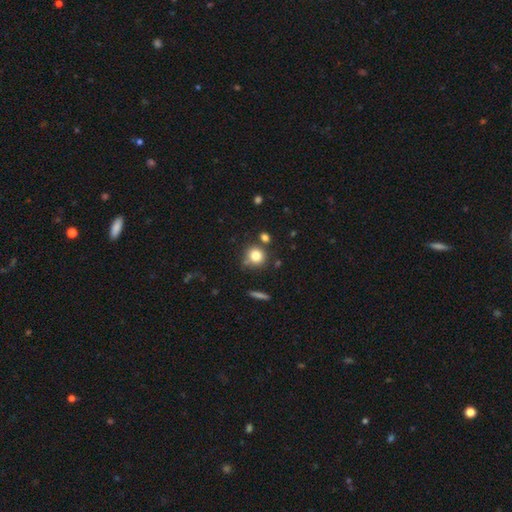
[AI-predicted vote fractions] A smooth galaxy with no disk features (81%) that is round (89%).

Vote fractions:
- Smooth or featured? smooth: 81% / star or artifact: 12% / featured or disk: 8%
- How rounded? round: 89% / in between: 10% / cigar-shaped: 1%
- Merging? none: 74% / minor disturbance: 12% / merger: 11% / major disturbance: 4%